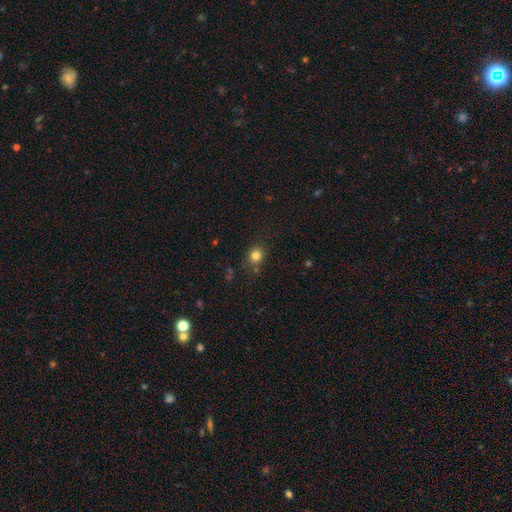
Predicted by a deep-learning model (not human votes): Smooth or featured? Predicted: smooth (p=0.80). How rounded? Predicted: round (p=0.77). Merging? Predicted: none (p=0.80).